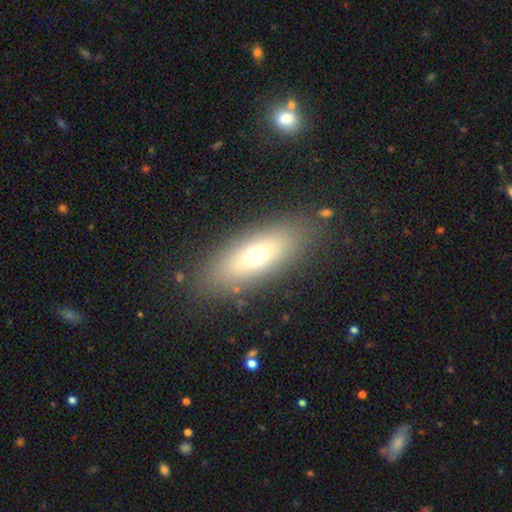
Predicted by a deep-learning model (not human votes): Q: Smooth or featured?
A: smooth (62%); runner-up: featured or disk (29%)
Q: How rounded?
A: in between (65%); runner-up: cigar-shaped (32%)
Q: Merging?
A: none (85%); runner-up: minor disturbance (9%)